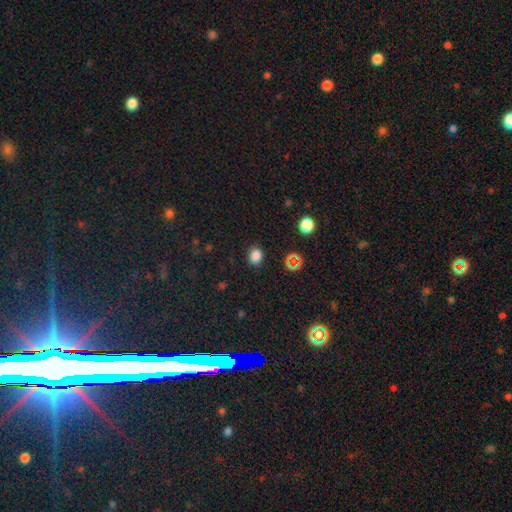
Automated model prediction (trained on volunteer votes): Smooth or featured: smooth — 81% (star or artifact — 15%)
How rounded: round — 62% (in between — 37%)
Merging: none — 87% (minor disturbance — 9%)